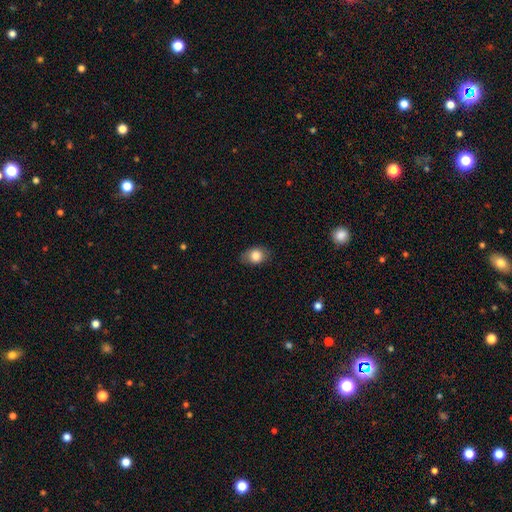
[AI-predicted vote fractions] Q: Smooth or featured?
A: smooth (81%); runner-up: featured or disk (11%)
Q: How rounded?
A: in between (69%); runner-up: round (30%)
Q: Merging?
A: none (78%); runner-up: minor disturbance (17%)